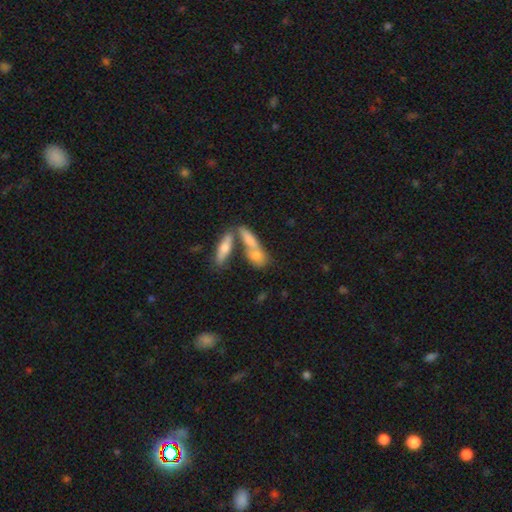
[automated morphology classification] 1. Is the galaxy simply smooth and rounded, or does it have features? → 69% smooth, 23% featured or disk, 9% star or artifact.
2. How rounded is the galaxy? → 54% in between, 39% cigar-shaped, 7% round.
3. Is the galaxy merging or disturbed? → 50% merger, 34% none, 11% minor disturbance, 6% major disturbance.